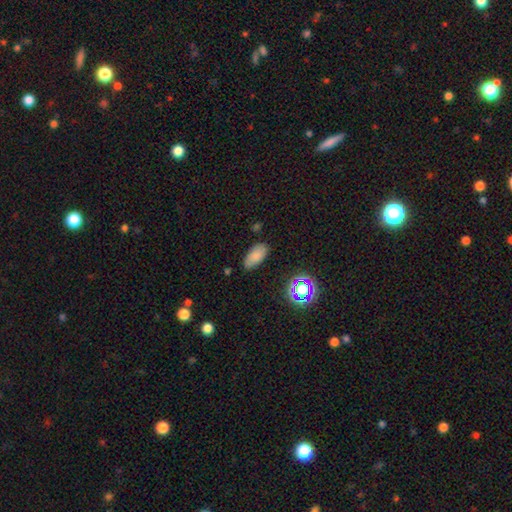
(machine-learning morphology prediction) Overall: smooth (79%). How rounded: in between (92%). Merging: none (79%).